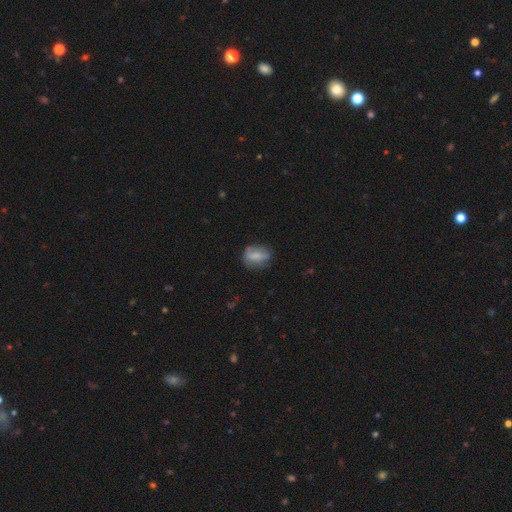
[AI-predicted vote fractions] Q: Smooth or featured?
A: smooth (65%); runner-up: featured or disk (27%)
Q: How rounded?
A: in between (66%); runner-up: round (30%)
Q: Merging?
A: none (61%); runner-up: minor disturbance (27%)